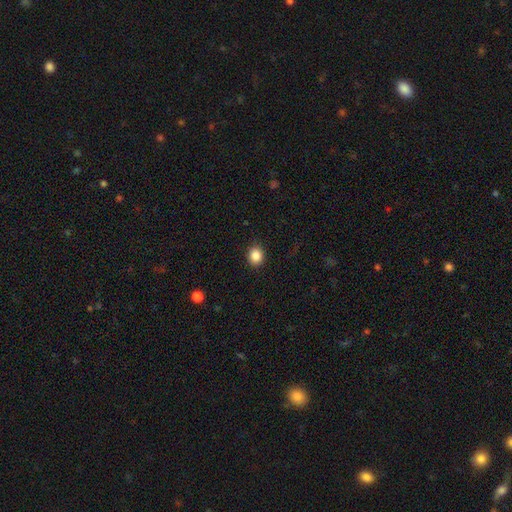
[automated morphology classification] A smooth galaxy with no disk features (86%) that is round (71%).

Vote fractions:
- Smooth or featured? smooth: 86% / star or artifact: 10% / featured or disk: 4%
- How rounded? round: 71% / in between: 28% / cigar-shaped: 1%
- Merging? none: 90% / minor disturbance: 7% / major disturbance: 2% / merger: 1%